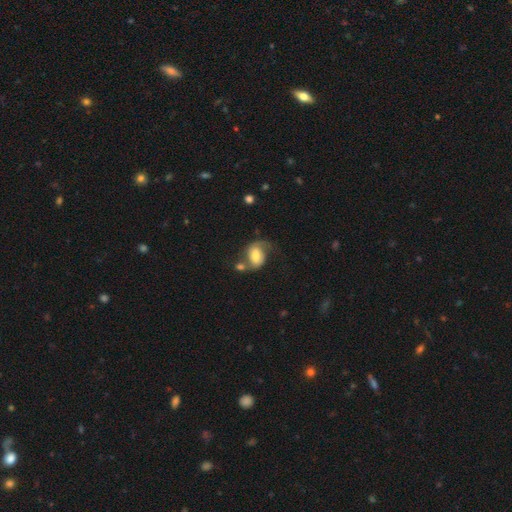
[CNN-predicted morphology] The model was most divided on "smooth or featured" (2-way tie): featured or disk: 46%, smooth: 46%, star or artifact: 8%. Remaining: merging — none (37%).